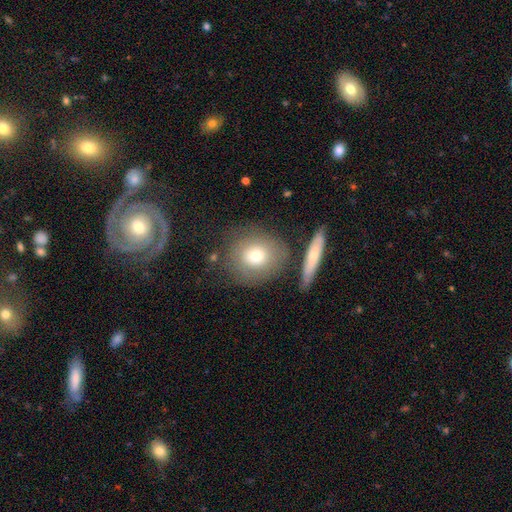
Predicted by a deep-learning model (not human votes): A smooth galaxy with no disk features (69%) that is round (79%). Merging: none (72%).